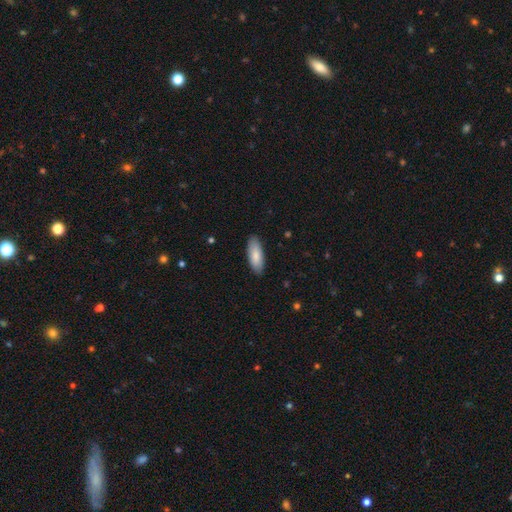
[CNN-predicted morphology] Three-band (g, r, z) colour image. It shows a smooth galaxy with no disk features (85%) that is in between round and cigar-shaped (71%). Merging: none (88%).